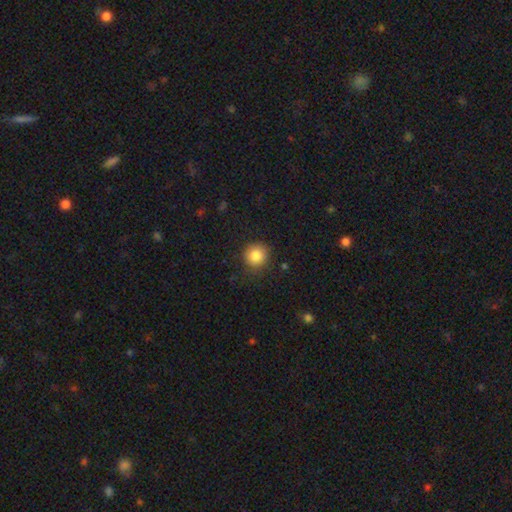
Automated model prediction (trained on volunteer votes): smooth 85%, star or artifact 10%, featured or disk 5%. Down the decision tree: how rounded — round (92%); merging — none (86%).